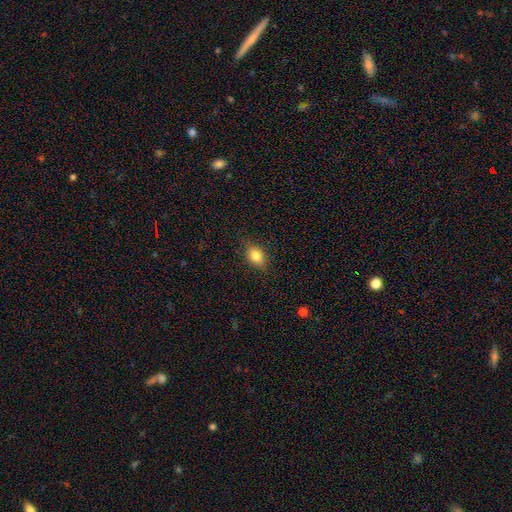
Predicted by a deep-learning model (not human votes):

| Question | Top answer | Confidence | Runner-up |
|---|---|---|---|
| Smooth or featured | smooth | 82% | star or artifact (10%) |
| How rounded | in between | 71% | round (27%) |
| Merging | none | 86% | minor disturbance (11%) |